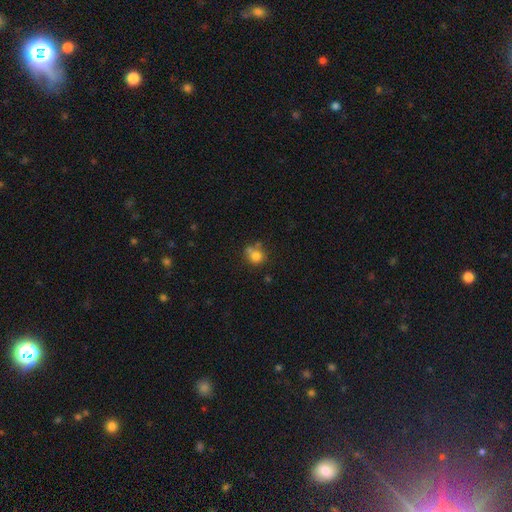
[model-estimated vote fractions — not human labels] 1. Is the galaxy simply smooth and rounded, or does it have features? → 78% smooth, 12% star or artifact, 10% featured or disk.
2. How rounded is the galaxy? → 78% round, 21% in between, 1% cigar-shaped.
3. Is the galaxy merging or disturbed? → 53% none, 22% merger, 18% minor disturbance, 7% major disturbance.